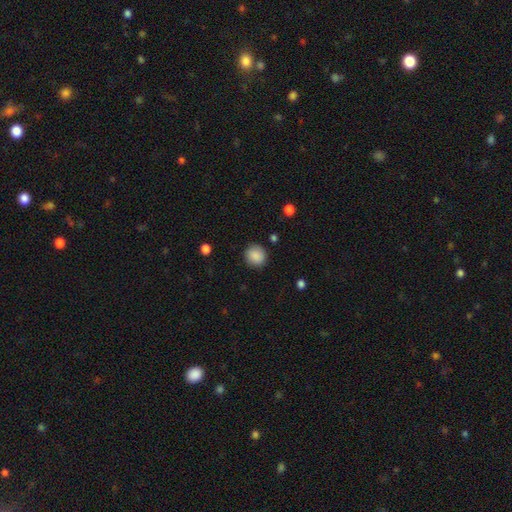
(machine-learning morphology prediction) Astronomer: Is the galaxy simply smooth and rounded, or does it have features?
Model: smooth — 89%.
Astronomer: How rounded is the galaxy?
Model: round — 88%.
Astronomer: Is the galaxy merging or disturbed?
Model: none — 89%.